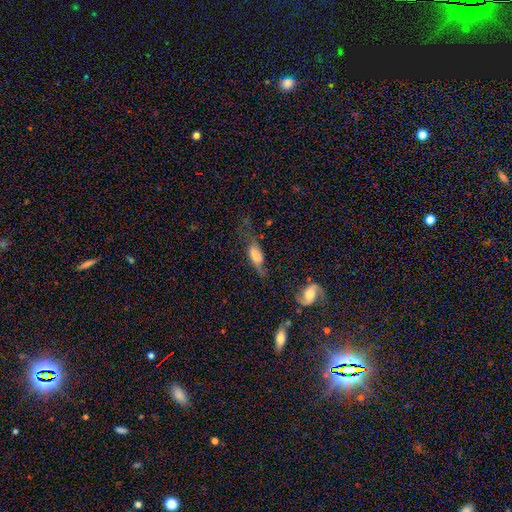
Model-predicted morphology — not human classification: Smooth or featured? Predicted: smooth (p=0.50). How rounded? Predicted: in between (p=0.68). Merging? Predicted: none (p=0.41).